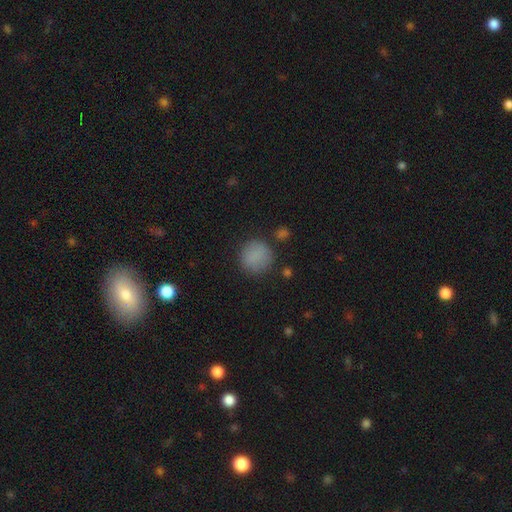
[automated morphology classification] Smooth or featured? smooth (84%)
How rounded? round (91%)
Merging? none (82%)